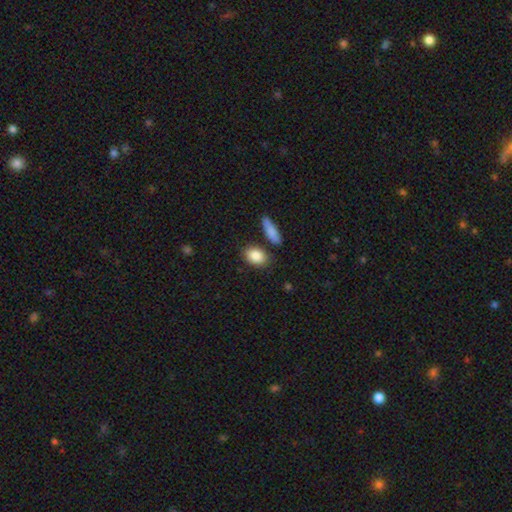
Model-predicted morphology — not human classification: Smooth or featured: smooth — 87% (featured or disk — 7%)
How rounded: in between — 76% (round — 20%)
Merging: none — 77% (minor disturbance — 12%)